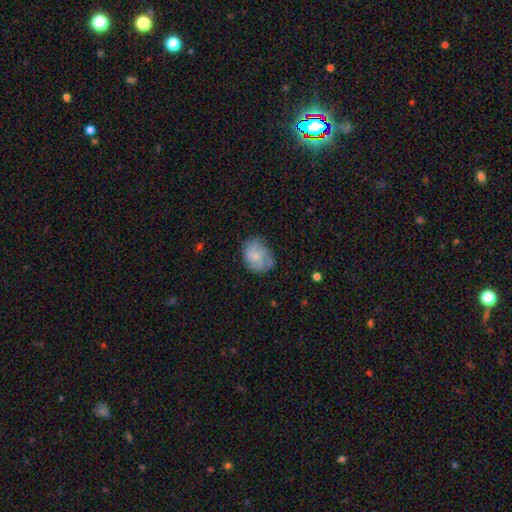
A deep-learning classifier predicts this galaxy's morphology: This appears to be a smooth galaxy with no disk features (50%) that is in between round and cigar-shaped (50%). Merging: none (63%).